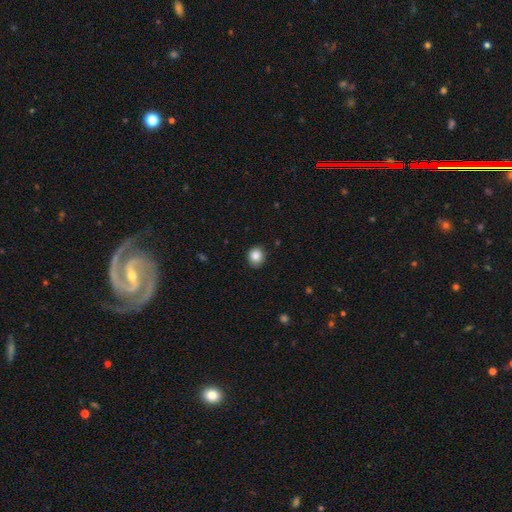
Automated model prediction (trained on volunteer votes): Smooth or featured? smooth (85%)
How rounded? round (84%)
Merging? none (89%)